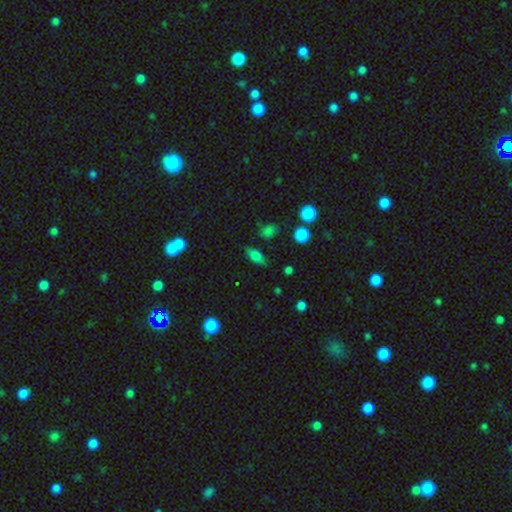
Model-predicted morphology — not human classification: This is likely a smooth galaxy (74%). How rounded: likely in between (80%). Merging: likely none (76%).